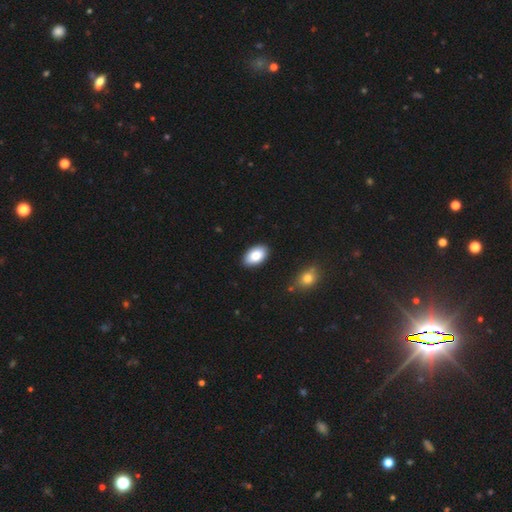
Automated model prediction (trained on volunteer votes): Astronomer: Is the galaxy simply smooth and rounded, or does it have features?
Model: smooth — 86%.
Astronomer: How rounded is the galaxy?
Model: in between — 94%.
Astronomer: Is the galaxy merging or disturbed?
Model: none — 89%.